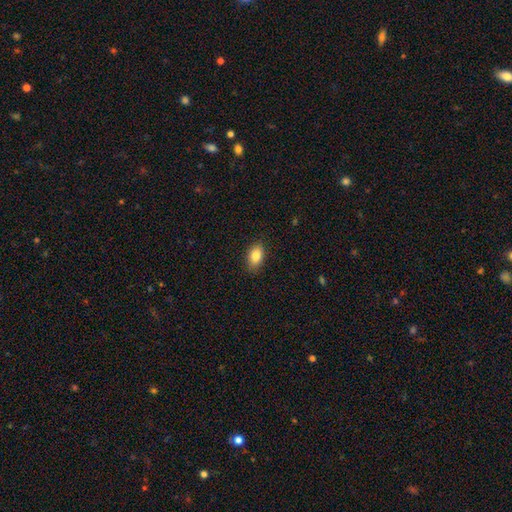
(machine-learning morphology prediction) Smooth or featured? smooth (84%)
How rounded? in between (88%)
Merging? none (87%)